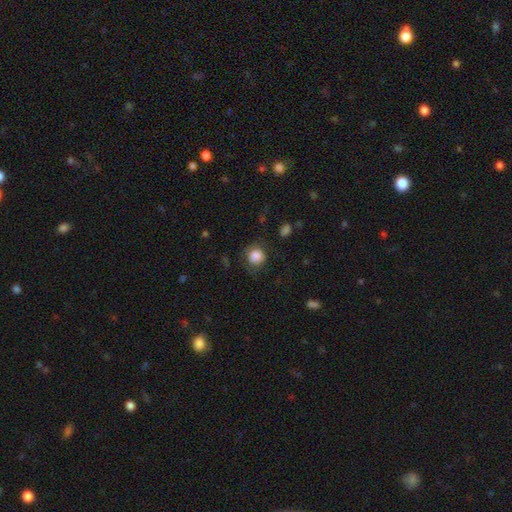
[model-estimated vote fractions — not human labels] smooth_or_featured: smooth (p=0.84) [alt: featured or disk p=0.08]
how_rounded: round (p=0.87) [alt: in between p=0.12]
merging: none (p=0.70) [alt: minor disturbance p=0.19]